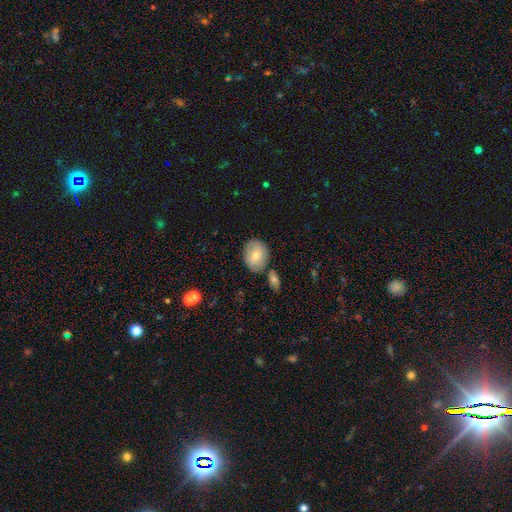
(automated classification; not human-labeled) smooth-or-featured: smooth: 72% | featured or disk: 21% | star or artifact: 7%
  how-rounded: in between: 56% | round: 42% | cigar-shaped: 1%
  merging: none: 71% | minor disturbance: 14% | merger: 12% | major disturbance: 3%